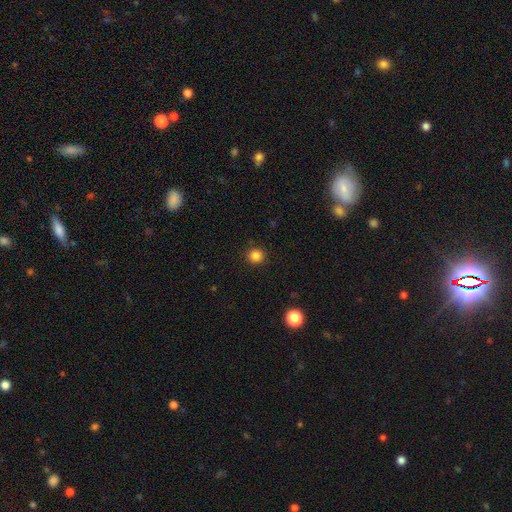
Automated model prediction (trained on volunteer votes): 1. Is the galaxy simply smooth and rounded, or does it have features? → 85% smooth, 12% star or artifact, 3% featured or disk.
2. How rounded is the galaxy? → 93% round, 6% in between, 1% cigar-shaped.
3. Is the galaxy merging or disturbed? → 92% none, 5% minor disturbance, 2% major disturbance, 1% merger.